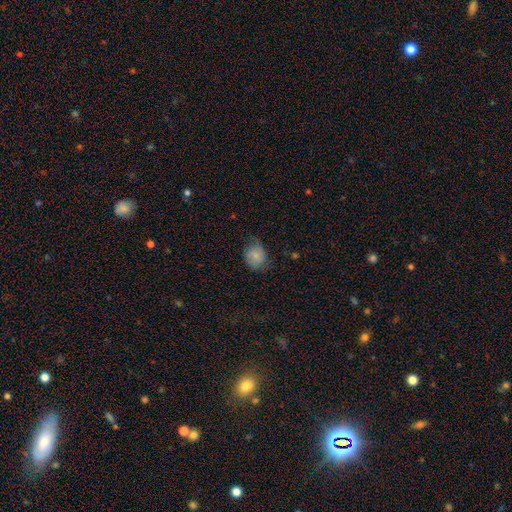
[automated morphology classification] smooth 76%, featured or disk 16%, star or artifact 9%. Down the decision tree: how rounded — round (59%); merging — none (54%).